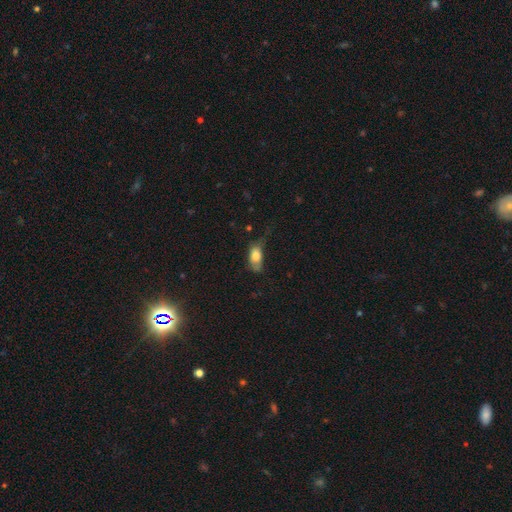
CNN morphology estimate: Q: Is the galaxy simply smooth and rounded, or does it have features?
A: smooth — 76%.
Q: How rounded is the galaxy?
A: in between — 87%.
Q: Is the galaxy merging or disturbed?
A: minor disturbance — 36%.